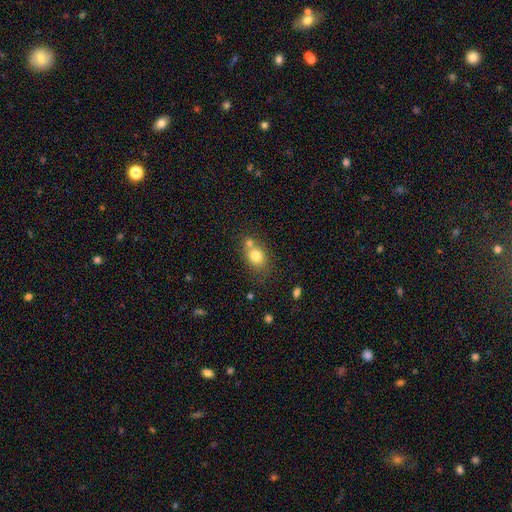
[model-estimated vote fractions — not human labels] Morphology: type=smooth (77%); roundness=in between (50%); merging=none (50%).